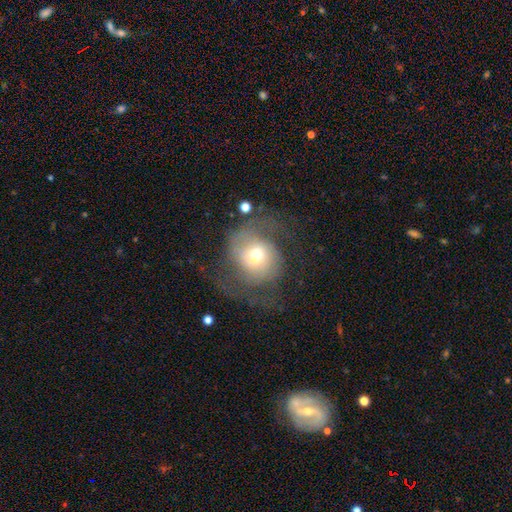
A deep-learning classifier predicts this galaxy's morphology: smooth-or-featured: featured or disk: 62% | smooth: 28% | star or artifact: 10%
  disk-edge-on: no: 97% | yes: 3%
    bar: no: 67% | weak: 26% | strong: 6%
    has-spiral-arms: yes: 73% | no: 27%
    bulge-size: moderate: 54% | small: 31% | large: 10% | dominant: 3% | none: 2%
  merging: none: 36% | major disturbance: 29% | merger: 19% | minor disturbance: 16%